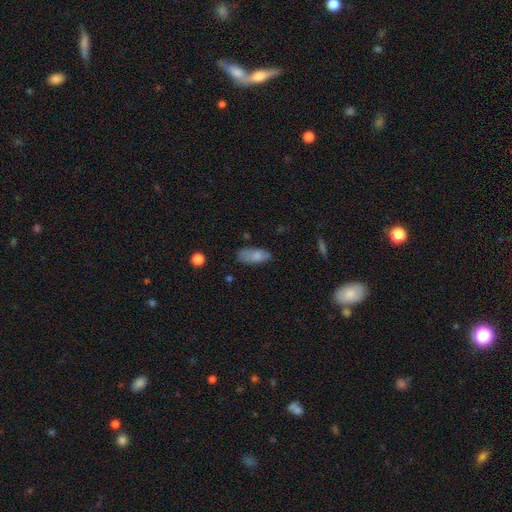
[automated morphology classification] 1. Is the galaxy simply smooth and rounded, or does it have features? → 77% smooth, 15% featured or disk, 8% star or artifact.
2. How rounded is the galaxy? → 85% in between, 12% cigar-shaped, 3% round.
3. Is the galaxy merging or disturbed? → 60% none, 28% minor disturbance, 9% major disturbance, 3% merger.